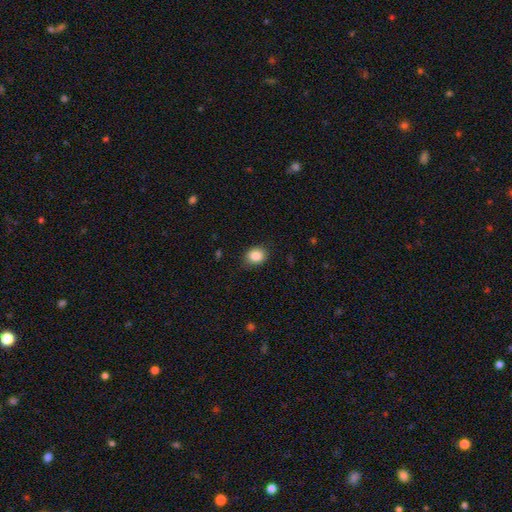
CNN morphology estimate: smooth 86%, star or artifact 9%, featured or disk 5%. Down the decision tree: how rounded — round (58%); merging — none (85%).